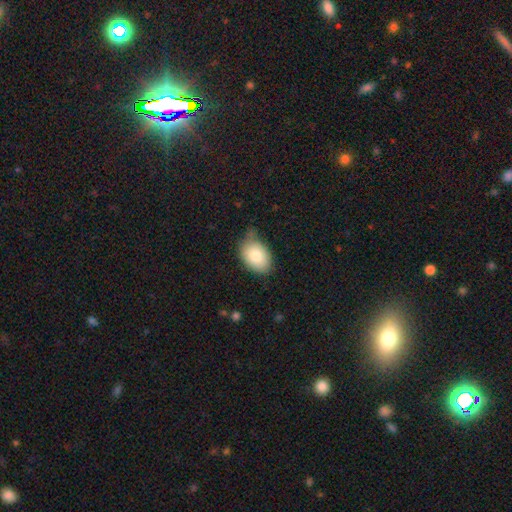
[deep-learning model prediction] The model was most divided on "merging": none: 60%, minor disturbance: 31%, major disturbance: 6%, merger: 3%. More confident: smooth or featured — smooth (83%); how rounded — in between (83%).